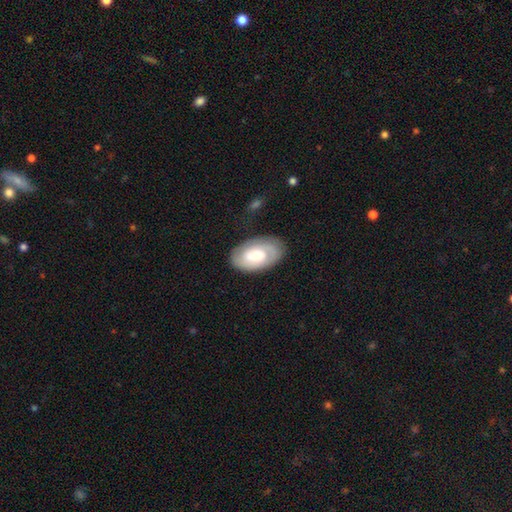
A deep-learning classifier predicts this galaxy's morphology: Smooth or featured?
  - featured or disk: 53% *
  - smooth: 41%
  - star or artifact: 6%
Edge-on disk?
  - no: 95% *
  - yes: 5%
Bar?
  - no: 63% *
  - weak: 30%
  - strong: 7%
Spiral arms?
  - yes: 78% *
  - no: 22%
Bulge size?
  - large: 41% *
  - moderate: 34%
  - small: 14%
  - dominant: 6%
  - none: 5%
Merging?
  - none: 79% *
  - minor disturbance: 14%
  - major disturbance: 5%
  - merger: 2%